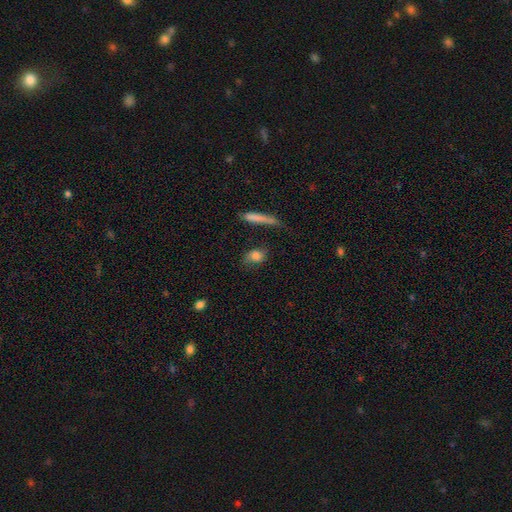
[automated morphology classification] Q: Smooth or featured?
A: smooth (77%); runner-up: featured or disk (14%)
Q: How rounded?
A: in between (54%); runner-up: round (34%)
Q: Merging?
A: none (66%); runner-up: minor disturbance (20%)